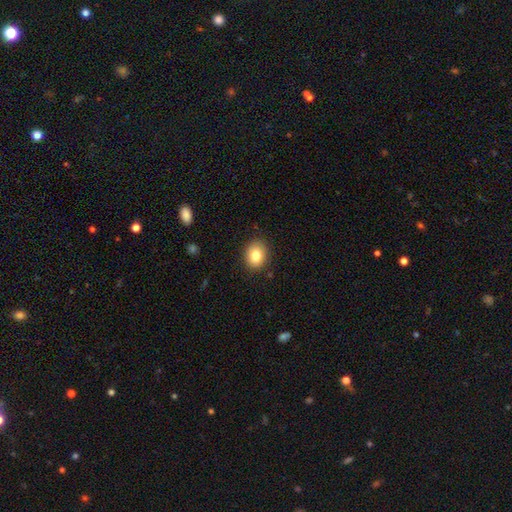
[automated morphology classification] A smooth galaxy with no disk features (83%) that is round (52%).

Vote fractions:
- Smooth or featured? smooth: 83% / star or artifact: 9% / featured or disk: 8%
- How rounded? round: 52% / in between: 47% / cigar-shaped: 1%
- Merging? none: 87% / minor disturbance: 10% / major disturbance: 2% / merger: 1%